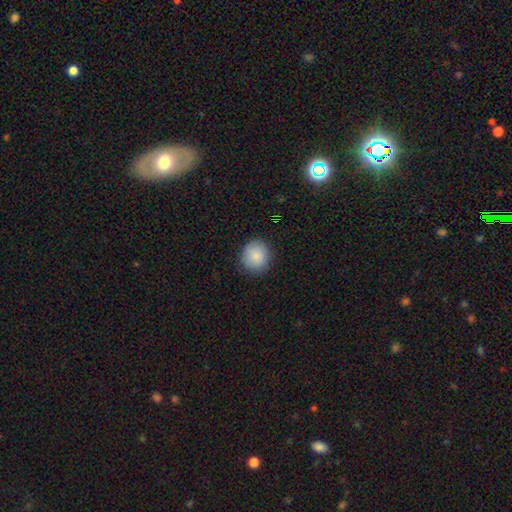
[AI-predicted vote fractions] Morphology: type=smooth (87%); roundness=round (91%); merging=none (88%).